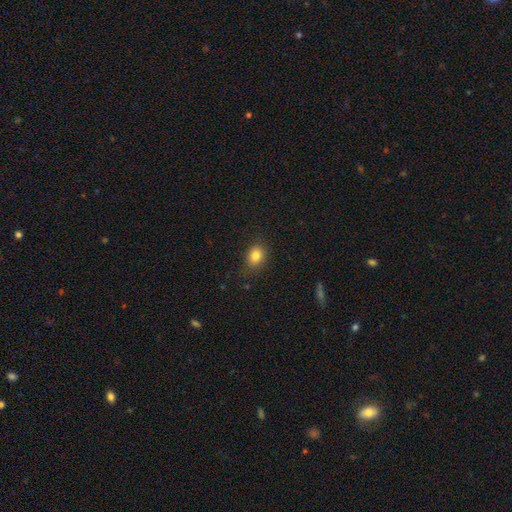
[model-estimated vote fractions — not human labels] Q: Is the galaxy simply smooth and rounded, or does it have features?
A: smooth — 83%.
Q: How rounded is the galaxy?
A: in between — 55%.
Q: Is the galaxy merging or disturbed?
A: none — 84%.